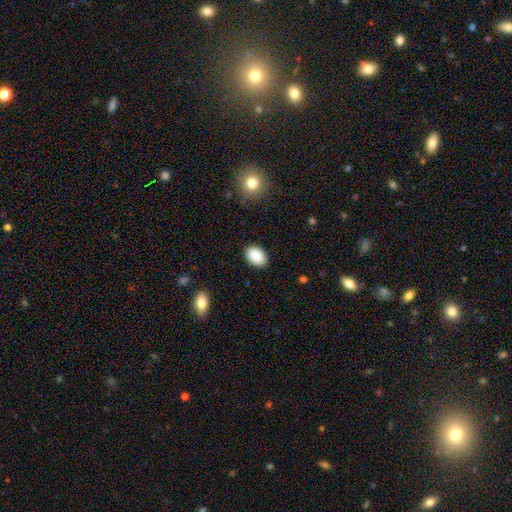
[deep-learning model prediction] Smooth or featured?
  - smooth: 90% *
  - star or artifact: 7%
  - featured or disk: 3%
How rounded?
  - in between: 84% *
  - round: 15%
  - cigar-shaped: 1%
Merging?
  - none: 88% *
  - minor disturbance: 8%
  - major disturbance: 2%
  - merger: 1%